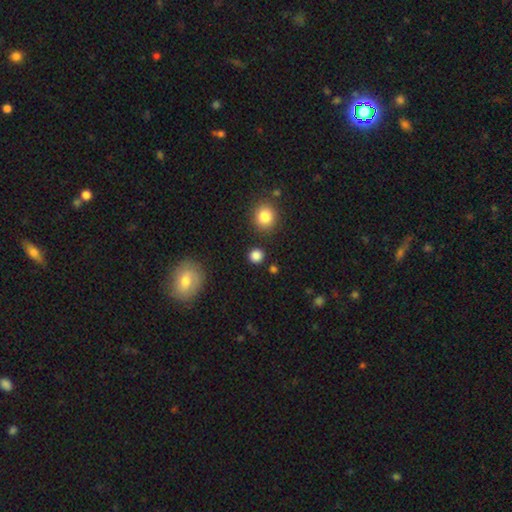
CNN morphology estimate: A smooth galaxy with no disk features (84%) that is round (90%).

Vote fractions:
- Smooth or featured? smooth: 84% / star or artifact: 12% / featured or disk: 4%
- How rounded? round: 90% / in between: 9% / cigar-shaped: 1%
- Merging? none: 88% / minor disturbance: 7% / merger: 3% / major disturbance: 3%